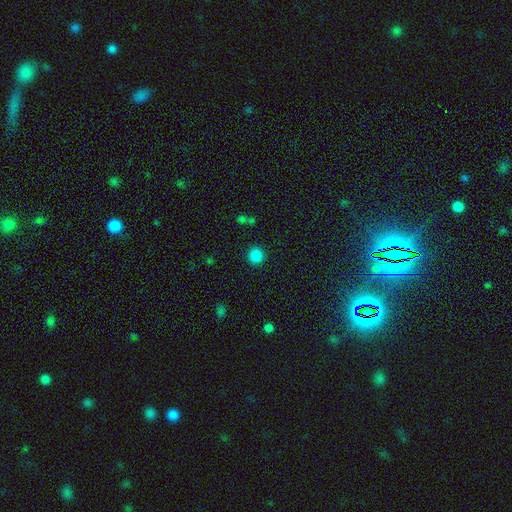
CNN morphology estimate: Q: Smooth or featured?
A: smooth (85%); runner-up: star or artifact (12%)
Q: How rounded?
A: round (94%); runner-up: in between (5%)
Q: Merging?
A: none (89%); runner-up: minor disturbance (6%)